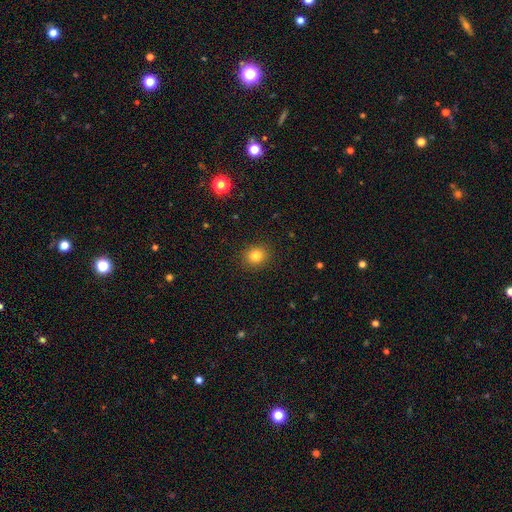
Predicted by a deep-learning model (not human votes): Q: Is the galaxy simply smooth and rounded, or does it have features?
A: smooth — 82%.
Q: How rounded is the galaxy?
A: round — 78%.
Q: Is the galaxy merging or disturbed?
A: none — 90%.